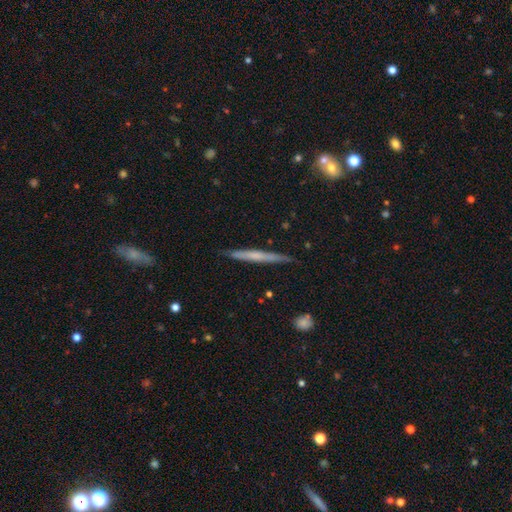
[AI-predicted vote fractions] featured or disk 50%, smooth 44%, star or artifact 6%. Down the decision tree: merging — none (87%).